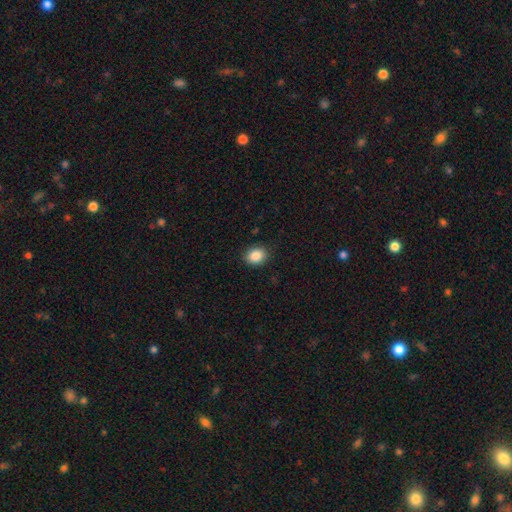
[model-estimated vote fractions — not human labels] This is clearly a smooth galaxy (87%). How rounded: possibly round (52%). Merging: clearly none (88%).